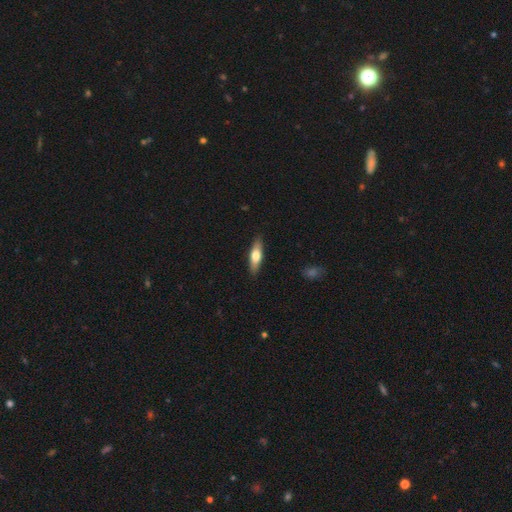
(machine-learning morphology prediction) Overall: smooth (61%; featured or disk 34%). How rounded: cigar-shaped (57%; in between 41%). Merging: none (89%).